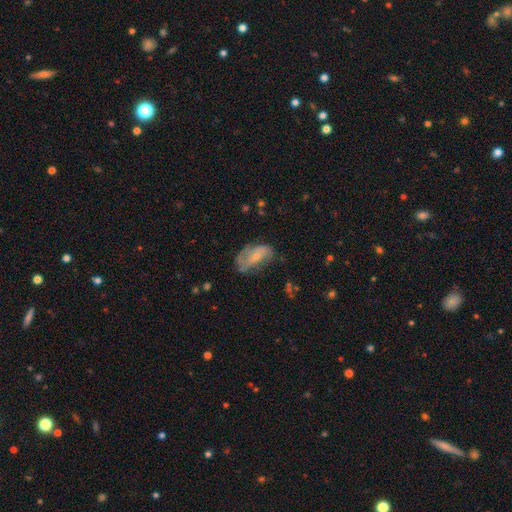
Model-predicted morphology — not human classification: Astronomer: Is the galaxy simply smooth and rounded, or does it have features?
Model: featured or disk — 52% (runner-up: smooth, 40%).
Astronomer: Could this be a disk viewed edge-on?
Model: no — 93%.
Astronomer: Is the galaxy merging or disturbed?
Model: none — 46% (runner-up: minor disturbance, 32%).